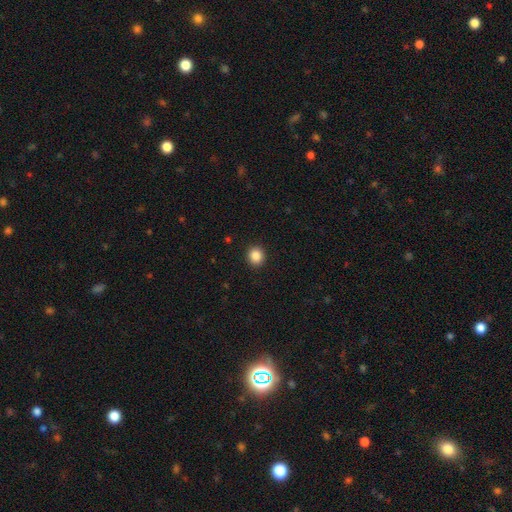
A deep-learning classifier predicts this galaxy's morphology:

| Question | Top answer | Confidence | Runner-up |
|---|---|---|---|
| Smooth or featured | smooth | 86% | star or artifact (10%) |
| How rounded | round | 85% | in between (14%) |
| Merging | none | 92% | minor disturbance (5%) |